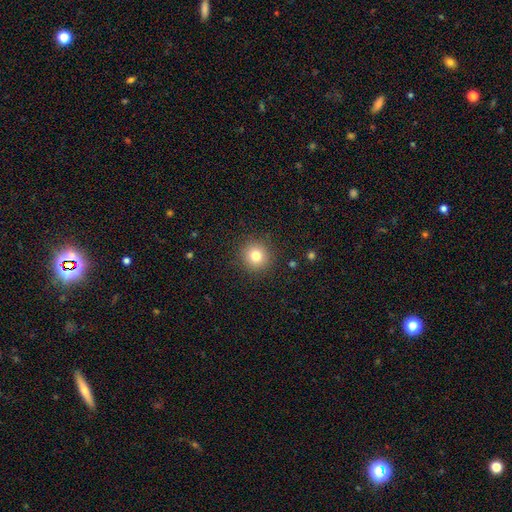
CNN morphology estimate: This is likely a smooth galaxy (79%). How rounded: clearly round (94%). Merging: clearly none (91%).